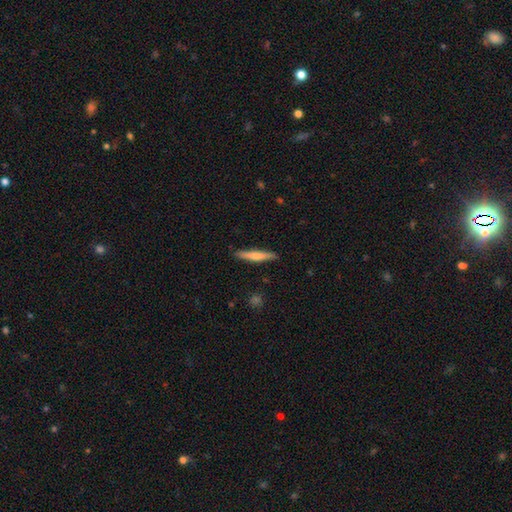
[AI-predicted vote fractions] Smooth or featured: smooth — 63% (featured or disk — 31%)
How rounded: cigar-shaped — 93% (in between — 6%)
Merging: none — 88% (minor disturbance — 9%)